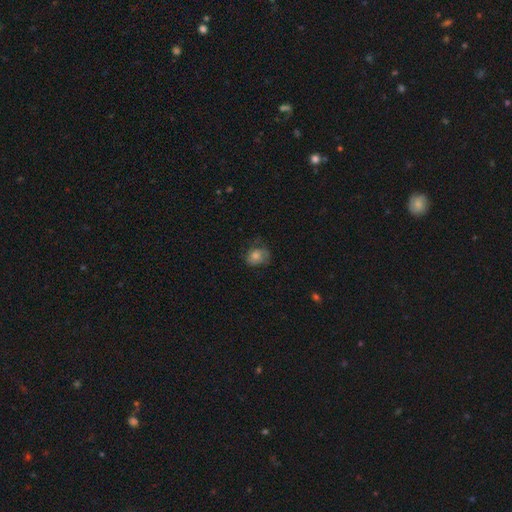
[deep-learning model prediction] Morphology: type=smooth (68%); roundness=round (59%); merging=none (55%).